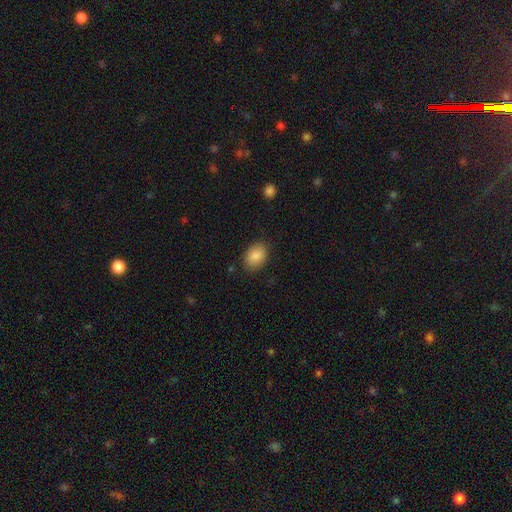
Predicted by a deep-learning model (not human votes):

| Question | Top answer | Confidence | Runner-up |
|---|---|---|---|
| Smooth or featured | smooth | 88% | star or artifact (8%) |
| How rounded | in between | 75% | round (24%) |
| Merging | none | 85% | minor disturbance (11%) |